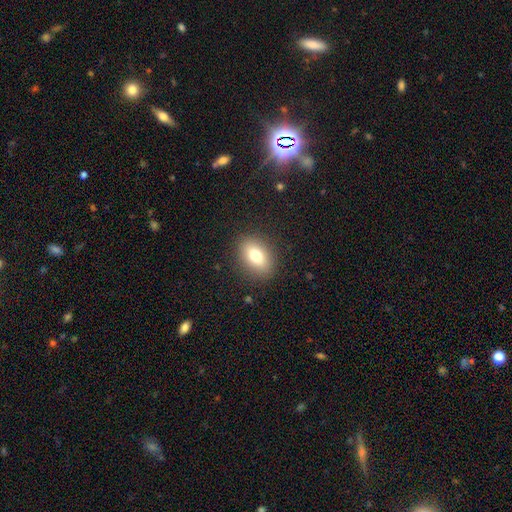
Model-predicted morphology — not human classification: Smooth or featured? smooth (77%)
How rounded? in between (82%)
Merging? none (87%)